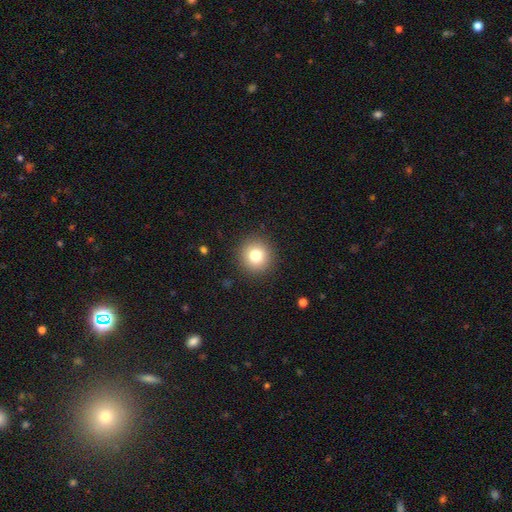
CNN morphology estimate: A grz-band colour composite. It shows a smooth galaxy with no disk features (79%) that is round (94%). Merging: none (91%).